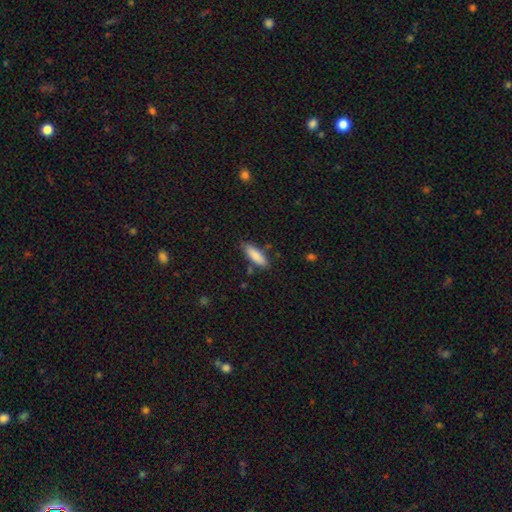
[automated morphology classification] This is clearly a smooth galaxy (86%). How rounded: possibly in between (58%). Merging: likely none (77%).